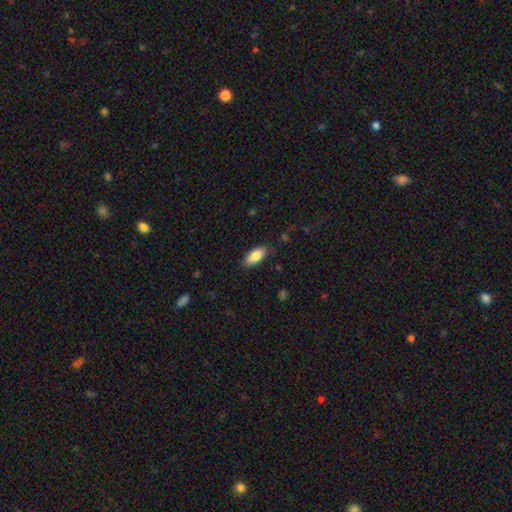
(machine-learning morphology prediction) type=smooth (83%); roundness=in between (85%); merging=none (85%).